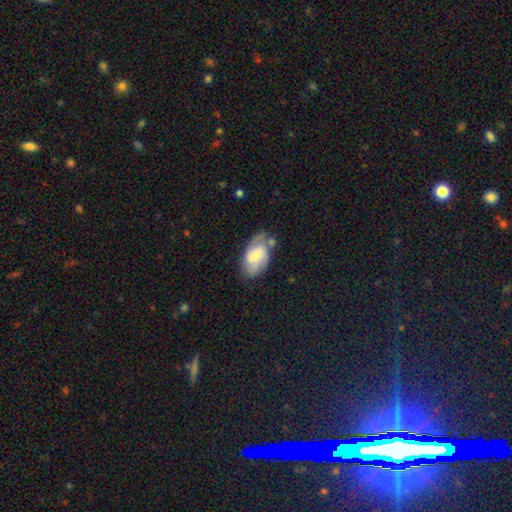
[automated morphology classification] Smooth or featured?
  - featured or disk: 52% *
  - smooth: 41%
  - star or artifact: 7%
Edge-on disk?
  - no: 96% *
  - yes: 4%
Bar?
  - weak: 47% *
  - no: 40%
  - strong: 13%
Spiral arms?
  - yes: 84% *
  - no: 16%
Bulge size?
  - small: 51% *
  - moderate: 28%
  - none: 12%
  - large: 7%
  - dominant: 2%
Merging?
  - none: 57% *
  - minor disturbance: 25%
  - major disturbance: 9%
  - merger: 9%